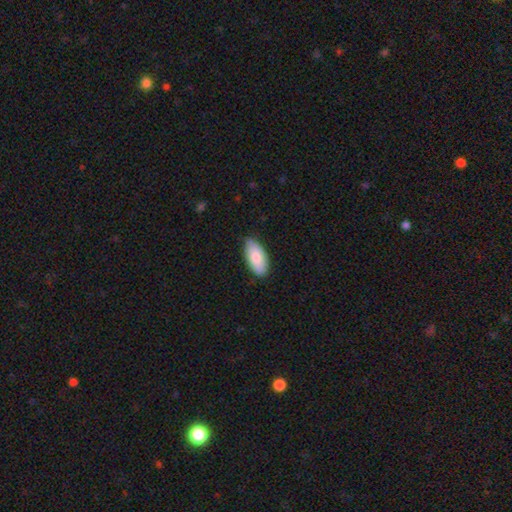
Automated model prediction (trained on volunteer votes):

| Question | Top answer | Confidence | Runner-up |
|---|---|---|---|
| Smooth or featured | smooth | 82% | featured or disk (12%) |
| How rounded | in between | 92% | cigar-shaped (6%) |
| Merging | none | 78% | minor disturbance (19%) |